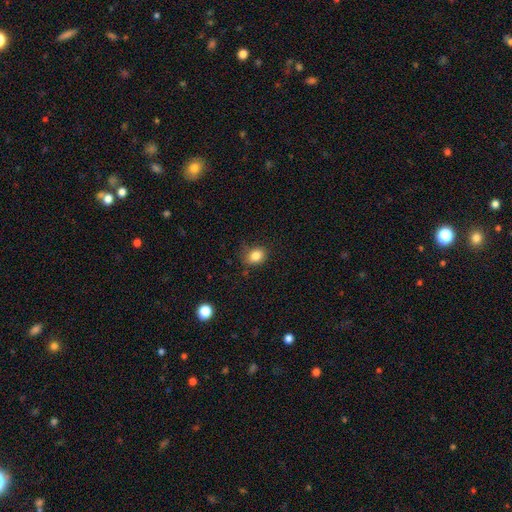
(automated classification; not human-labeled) Q: Smooth or featured?
A: smooth (84%); runner-up: star or artifact (10%)
Q: How rounded?
A: in between (51%); runner-up: round (48%)
Q: Merging?
A: none (77%); runner-up: minor disturbance (18%)